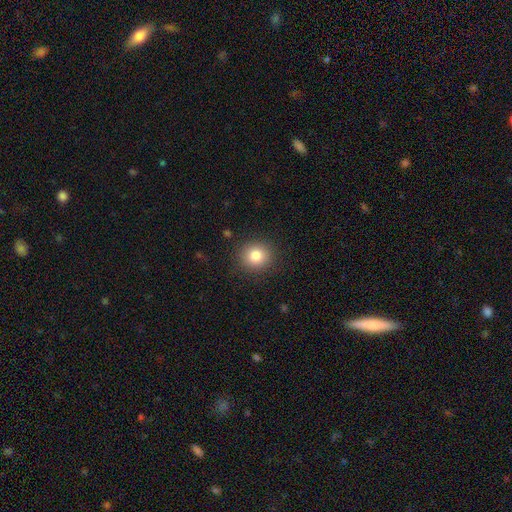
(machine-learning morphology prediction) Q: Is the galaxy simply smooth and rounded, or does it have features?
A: smooth — 82%.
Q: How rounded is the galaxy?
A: round — 88%.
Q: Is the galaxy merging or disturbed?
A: none — 90%.